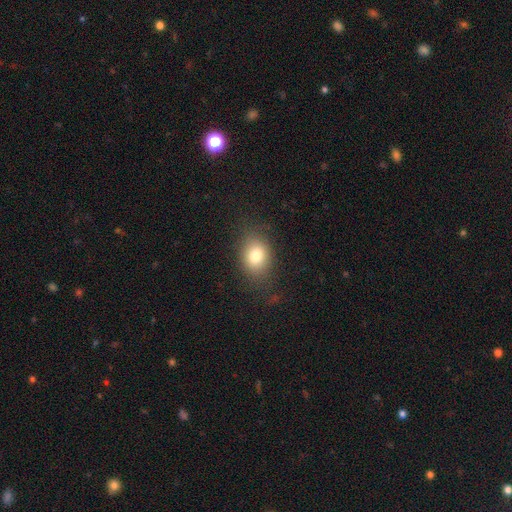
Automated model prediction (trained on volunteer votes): The model was most divided on "how rounded": in between: 60%, round: 39%, cigar-shaped: 1%. More confident: merging — none (78%); smooth or featured — smooth (78%).